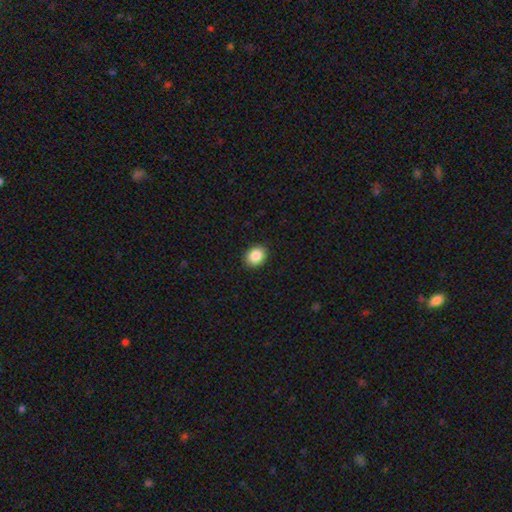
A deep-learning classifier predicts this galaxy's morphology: Smooth or featured?
  - smooth: 87% *
  - star or artifact: 8%
  - featured or disk: 5%
How rounded?
  - in between: 51% *
  - round: 48%
  - cigar-shaped: 1%
Merging?
  - none: 91% *
  - minor disturbance: 7%
  - major disturbance: 2%
  - merger: 1%